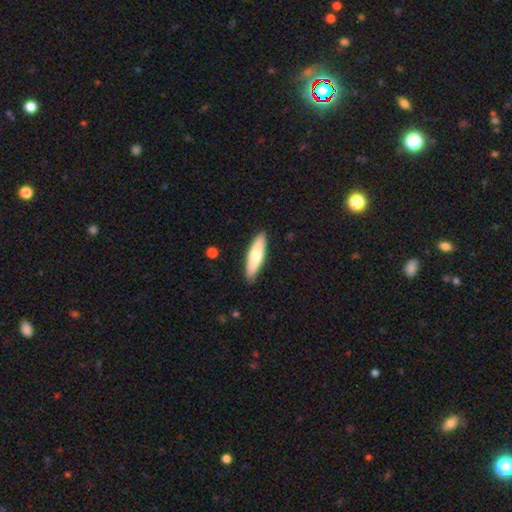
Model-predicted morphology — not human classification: The model was most divided on "how rounded": cigar-shaped: 63%, in between: 35%, round: 2%. More confident: merging — none (89%); smooth or featured — smooth (69%).